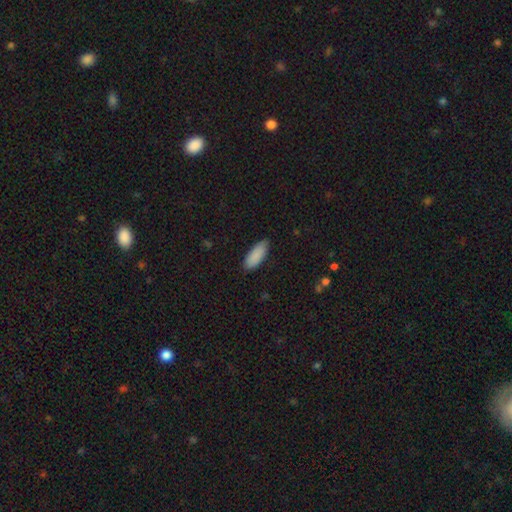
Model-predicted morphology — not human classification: Smooth or featured? smooth (89%)
How rounded? in between (78%)
Merging? none (81%)